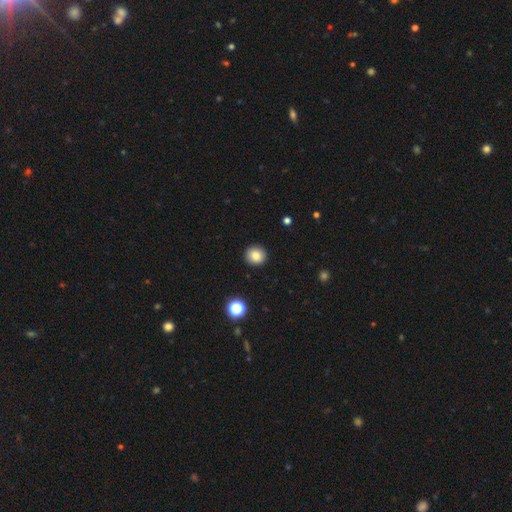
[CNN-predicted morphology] The model was most divided on "smooth or featured": smooth: 84%, star or artifact: 10%, featured or disk: 6%. More confident: merging — none (92%); how rounded — round (90%).